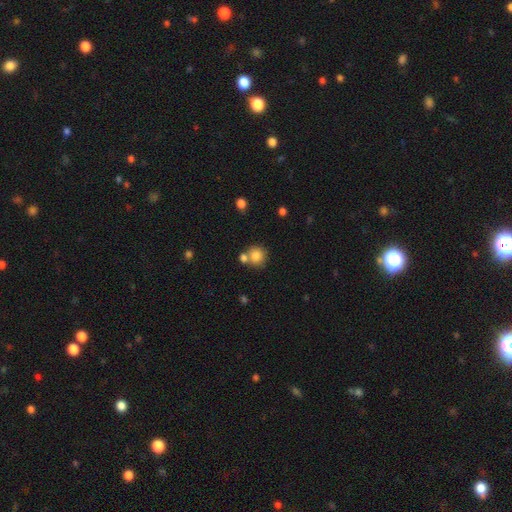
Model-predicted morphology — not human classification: smooth_or_featured: smooth (p=0.82) [alt: star or artifact p=0.10]
how_rounded: round (p=0.89) [alt: in between p=0.10]
merging: none (p=0.60) [alt: merger p=0.27]